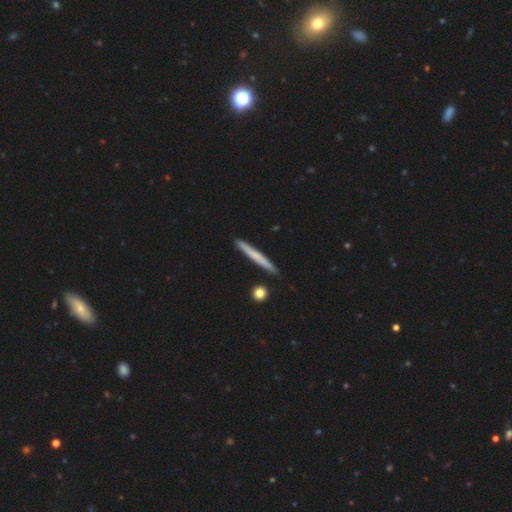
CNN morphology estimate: smooth 59%, featured or disk 35%, star or artifact 5%. Down the decision tree: how rounded — cigar-shaped (96%); merging — none (89%).